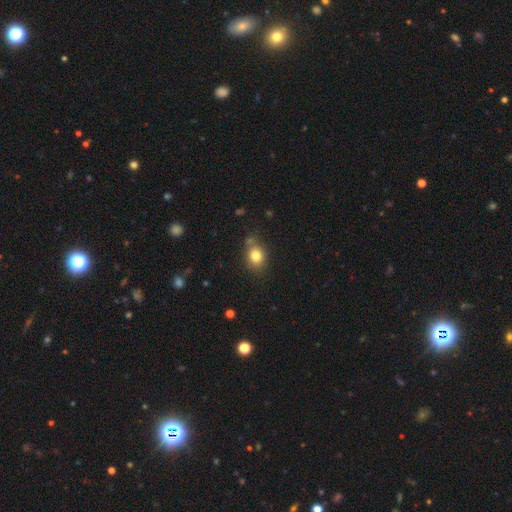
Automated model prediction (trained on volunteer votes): The model was most divided on "how rounded": round: 53%, in between: 46%, cigar-shaped: 1%. More confident: smooth or featured — smooth (82%); merging — none (71%).